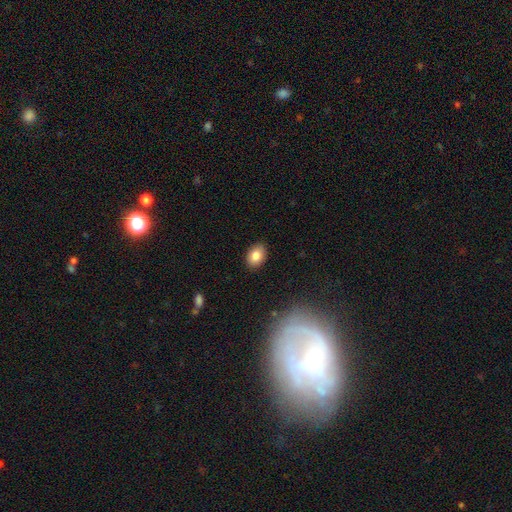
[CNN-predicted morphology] This appears to be a smooth galaxy with no disk features (83%) that is in between round and cigar-shaped (78%). Merging: none (88%).